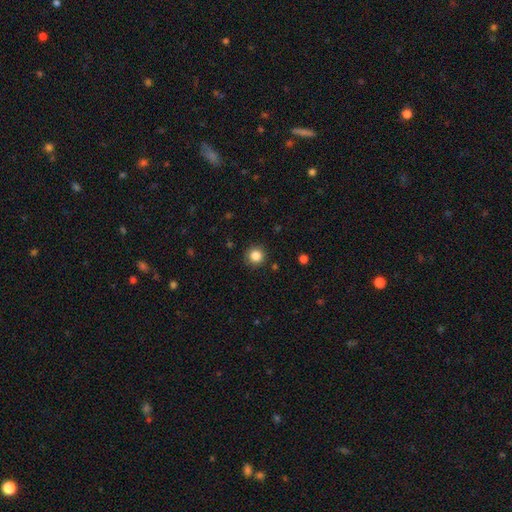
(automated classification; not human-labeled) Smooth or featured?
  - smooth: 84% *
  - star or artifact: 11%
  - featured or disk: 5%
How rounded?
  - round: 95% *
  - in between: 4%
  - cigar-shaped: 1%
Merging?
  - none: 91% *
  - minor disturbance: 6%
  - major disturbance: 2%
  - merger: 1%